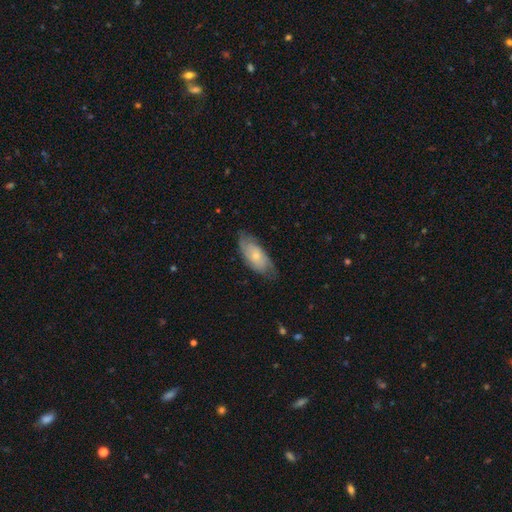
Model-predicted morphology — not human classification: Q: Smooth or featured?
A: featured or disk (48%); runner-up: smooth (46%)
Q: Merging?
A: none (70%); runner-up: minor disturbance (23%)